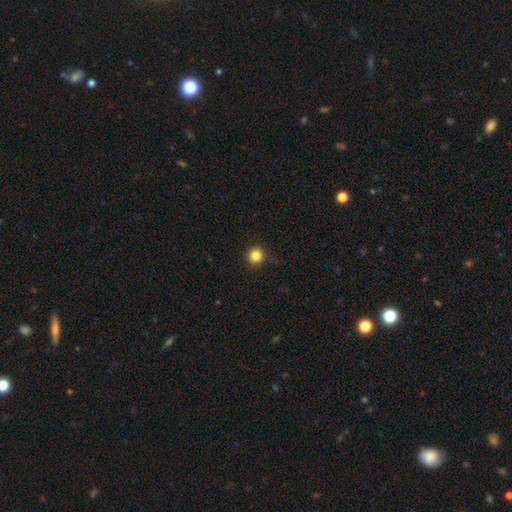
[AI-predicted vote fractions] Smooth or featured? smooth (84%)
How rounded? round (95%)
Merging? none (89%)